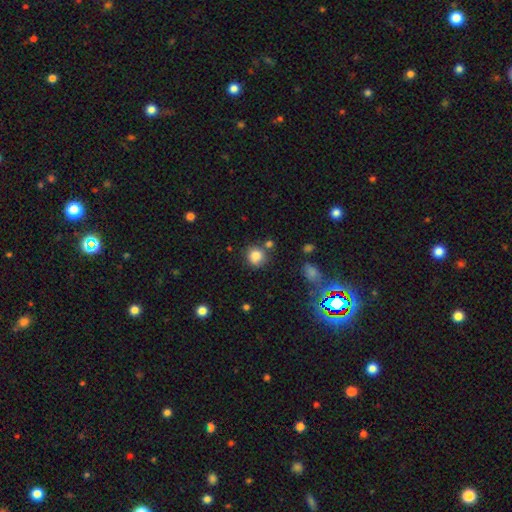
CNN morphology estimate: Q: Smooth or featured?
A: smooth (82%); runner-up: star or artifact (12%)
Q: How rounded?
A: round (84%); runner-up: in between (15%)
Q: Merging?
A: none (68%); runner-up: minor disturbance (17%)